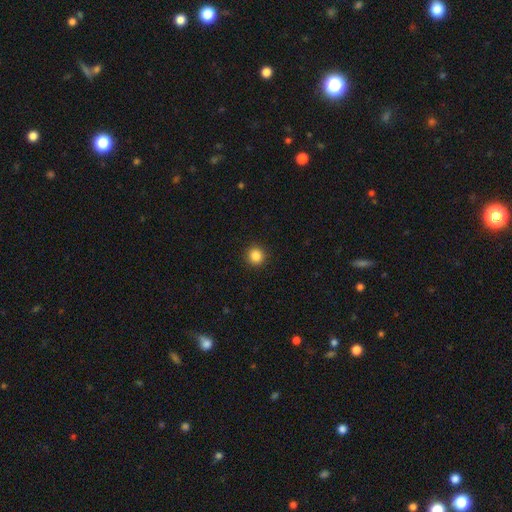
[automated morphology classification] Smooth or featured: smooth — 86% (star or artifact — 11%)
How rounded: round — 92% (in between — 7%)
Merging: none — 93% (minor disturbance — 5%)